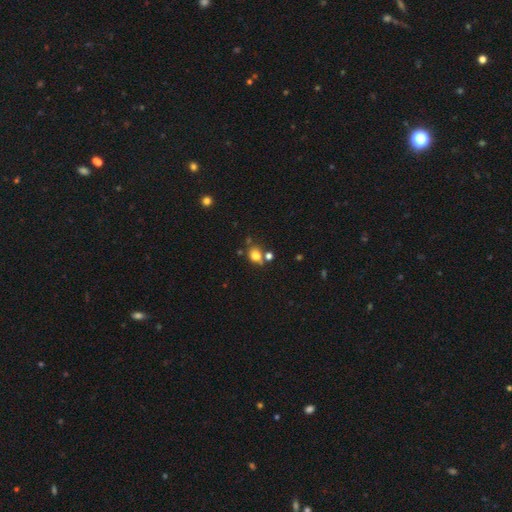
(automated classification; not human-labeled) smooth_or_featured: smooth (p=0.77) [alt: star or artifact p=0.14]
how_rounded: round (p=0.56) [alt: in between p=0.43]
merging: none (p=0.57) [alt: merger p=0.22]